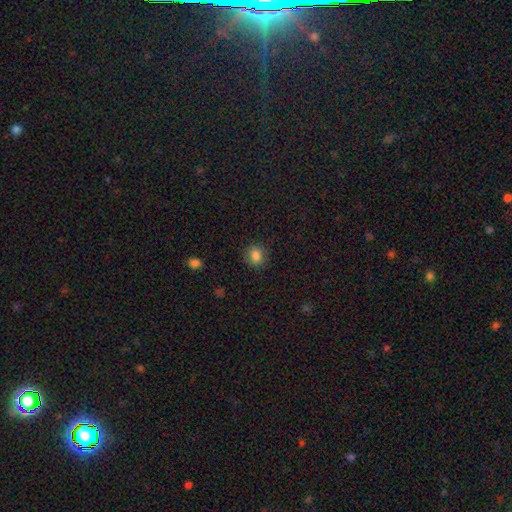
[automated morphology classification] The model was most divided on "how rounded": round: 73%, in between: 26%, cigar-shaped: 1%. More confident: merging — none (88%); smooth or featured — smooth (84%).